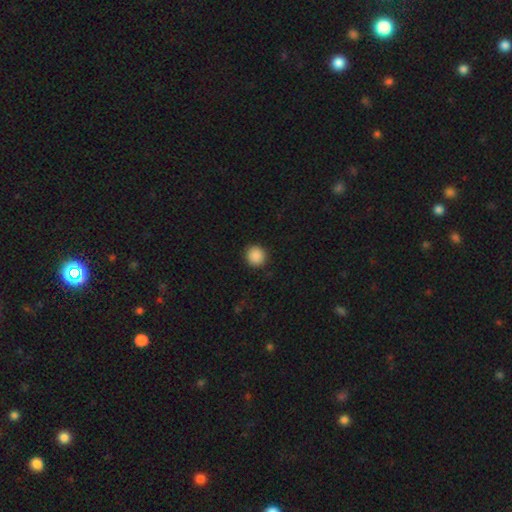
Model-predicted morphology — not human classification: Q: Smooth or featured?
A: smooth (89%); runner-up: star or artifact (9%)
Q: How rounded?
A: round (92%); runner-up: in between (7%)
Q: Merging?
A: none (92%); runner-up: minor disturbance (5%)